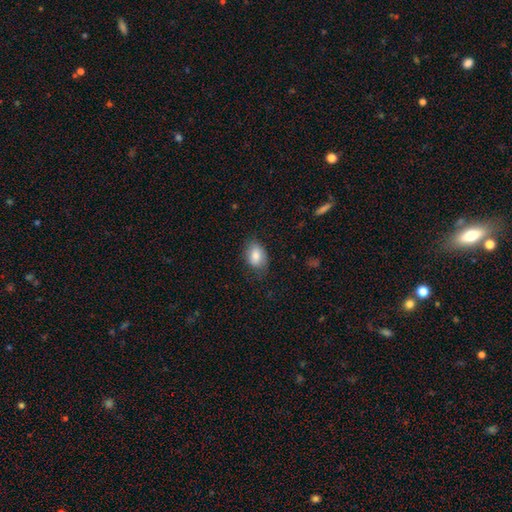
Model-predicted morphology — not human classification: A smooth galaxy with no disk features (82%) that is in between round and cigar-shaped (84%). Merging: none (71%).